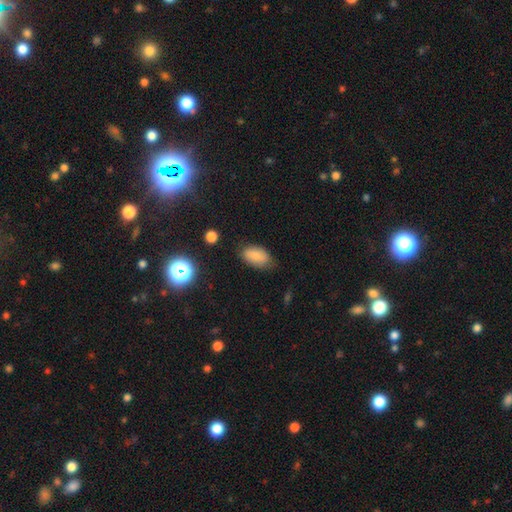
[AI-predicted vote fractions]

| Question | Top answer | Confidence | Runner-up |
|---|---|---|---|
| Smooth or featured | smooth | 82% | featured or disk (9%) |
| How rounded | in between | 93% | round (5%) |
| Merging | none | 73% | minor disturbance (21%) |